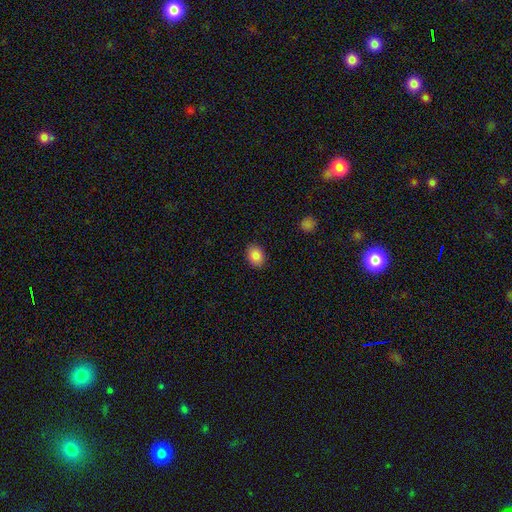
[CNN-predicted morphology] Smooth or featured?
  - smooth: 86% *
  - star or artifact: 8%
  - featured or disk: 5%
How rounded?
  - in between: 56% *
  - round: 43%
  - cigar-shaped: 1%
Merging?
  - none: 89% *
  - minor disturbance: 8%
  - major disturbance: 2%
  - merger: 1%